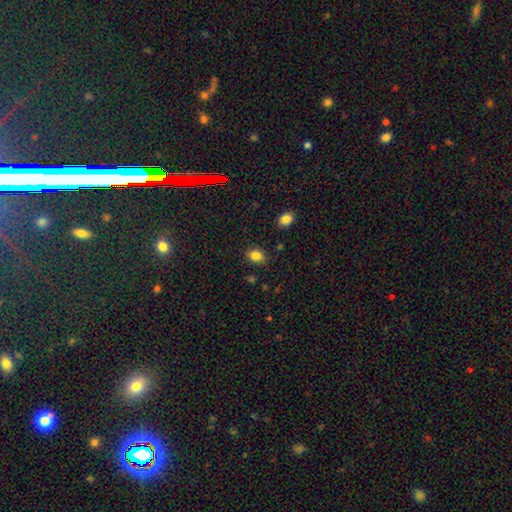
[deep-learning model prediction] Morphology: type=smooth (84%); roundness=in between (62%); merging=none (84%).